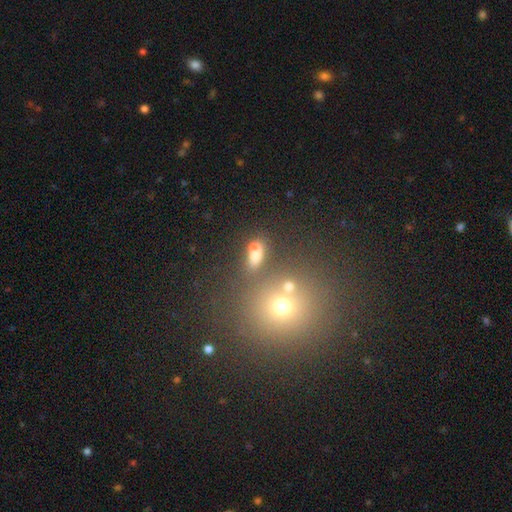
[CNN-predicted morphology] A smooth galaxy with no disk features (67%) that is in between round and cigar-shaped (64%).

Vote fractions:
- Smooth or featured? smooth: 67% / star or artifact: 19% / featured or disk: 15%
- How rounded? in between: 64% / round: 31% / cigar-shaped: 5%
- Merging? none: 47% / merger: 36% / minor disturbance: 11% / major disturbance: 7%